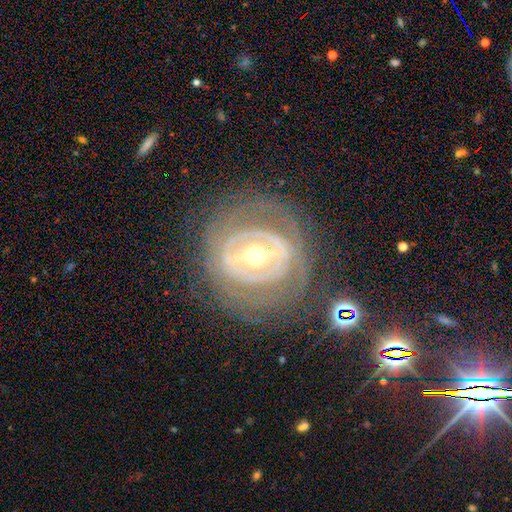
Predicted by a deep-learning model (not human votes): featured or disk 83%, smooth 11%, star or artifact 6%. Down the decision tree: edge-on disk — no (95%); bar — strong (49%); spiral arms — yes (59%); bulge size — moderate (63%); merging — none (74%).